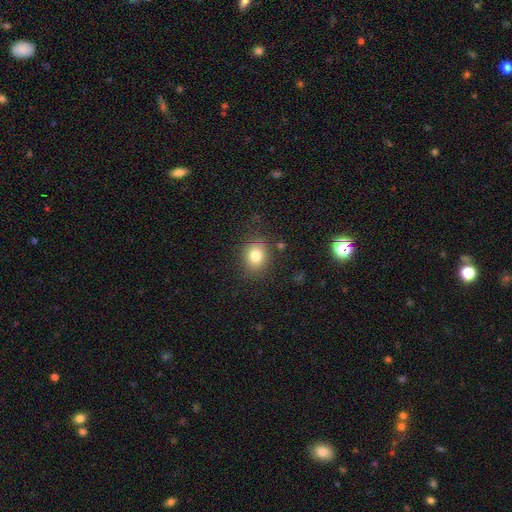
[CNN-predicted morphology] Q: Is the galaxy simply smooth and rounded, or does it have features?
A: smooth — 80%.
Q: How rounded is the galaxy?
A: round — 62%.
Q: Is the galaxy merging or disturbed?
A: none — 83%.